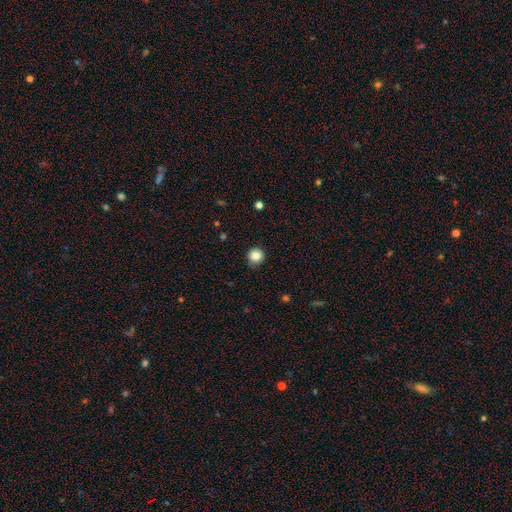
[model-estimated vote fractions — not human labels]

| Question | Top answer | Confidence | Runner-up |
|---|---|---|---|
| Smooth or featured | smooth | 85% | star or artifact (10%) |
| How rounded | round | 92% | in between (7%) |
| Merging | none | 85% | minor disturbance (12%) |